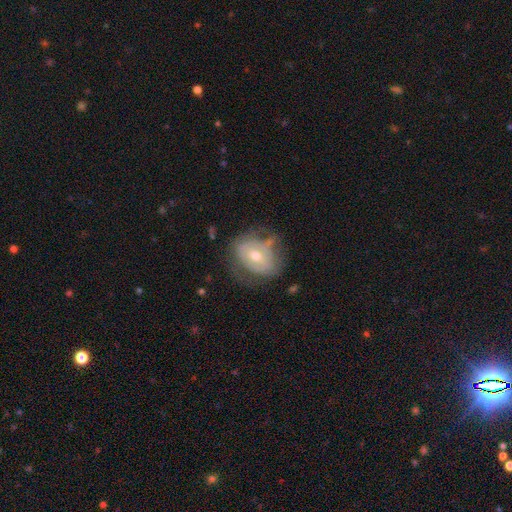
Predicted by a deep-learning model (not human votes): Q: Smooth or featured?
A: featured or disk (58%); runner-up: smooth (34%)
Q: Edge-on disk?
A: no (95%); runner-up: yes (5%)
Q: Bar?
A: no (60%); runner-up: weak (30%)
Q: Spiral arms?
A: yes (51%); runner-up: no (49%)
Q: Bulge size?
A: moderate (59%); runner-up: small (37%)
Q: Merging?
A: none (51%); runner-up: minor disturbance (28%)